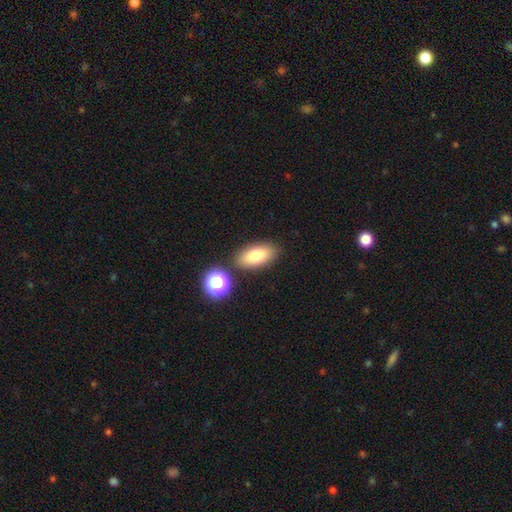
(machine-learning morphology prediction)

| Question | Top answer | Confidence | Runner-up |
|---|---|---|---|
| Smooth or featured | smooth | 81% | featured or disk (10%) |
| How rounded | in between | 88% | cigar-shaped (7%) |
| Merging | none | 81% | minor disturbance (10%) |